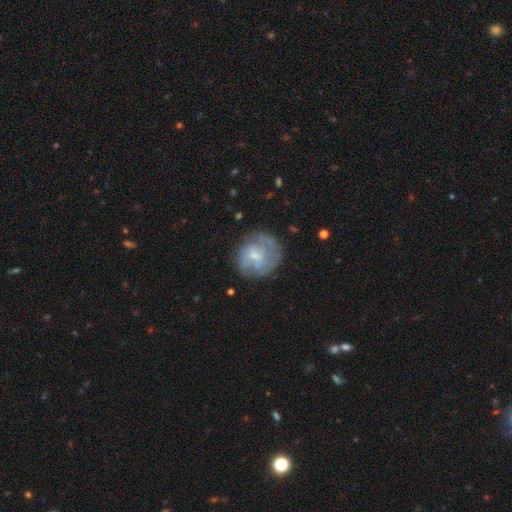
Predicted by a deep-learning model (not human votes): Q: Smooth or featured?
A: featured or disk (54%); runner-up: smooth (38%)
Q: Edge-on disk?
A: no (98%); runner-up: yes (2%)
Q: Bar?
A: no (61%); runner-up: weak (34%)
Q: Spiral arms?
A: yes (61%); runner-up: no (39%)
Q: Bulge size?
A: small (50%); runner-up: moderate (34%)
Q: Merging?
A: none (63%); runner-up: minor disturbance (21%)